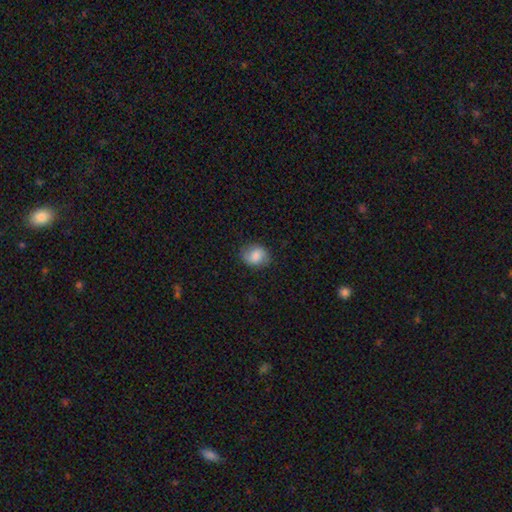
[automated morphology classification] smooth 77%, featured or disk 16%, star or artifact 8%. Down the decision tree: how rounded — round (52%); merging — none (80%).